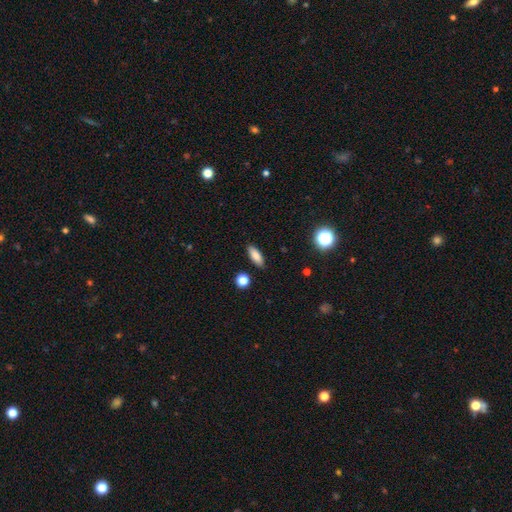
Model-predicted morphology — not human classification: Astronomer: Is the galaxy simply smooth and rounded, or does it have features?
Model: smooth — 83%.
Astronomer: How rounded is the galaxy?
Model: in between — 69%.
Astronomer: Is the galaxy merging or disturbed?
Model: none — 88%.